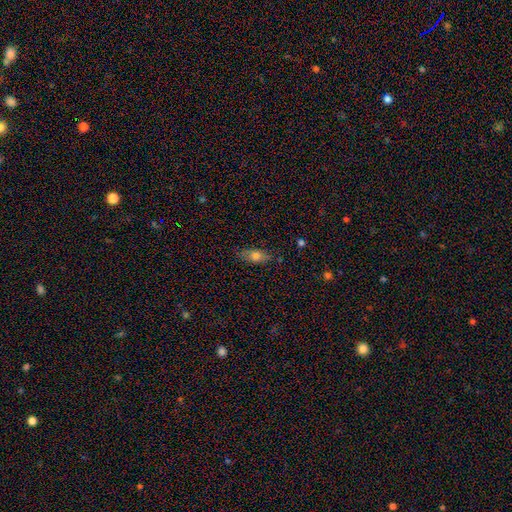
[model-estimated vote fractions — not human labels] Overall: smooth (74%). How rounded: in between (80%). Merging: none (76%).